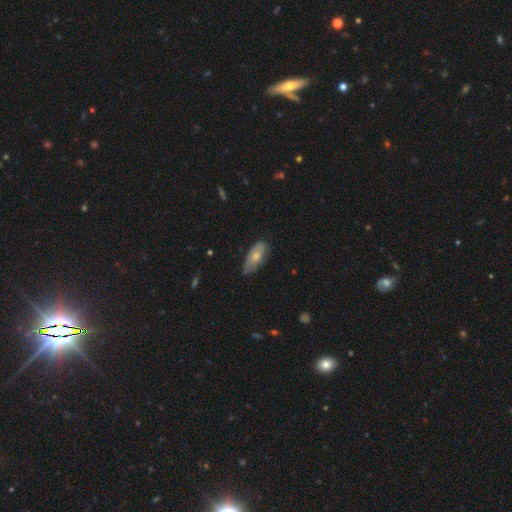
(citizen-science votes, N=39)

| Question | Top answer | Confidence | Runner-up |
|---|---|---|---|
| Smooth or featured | smooth | 69% | featured or disk (23%) |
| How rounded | in between | 70% | cigar-shaped (26%) |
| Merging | none | 44% | tied: minor disturbance (44%) |